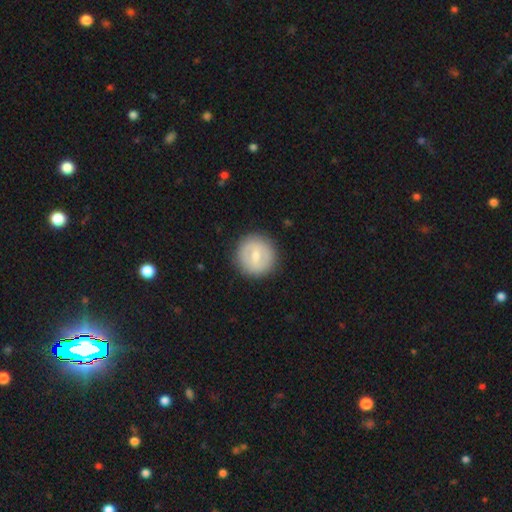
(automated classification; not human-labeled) This is possibly a smooth galaxy (51%). How rounded: clearly round (91%). Merging: clearly none (88%).